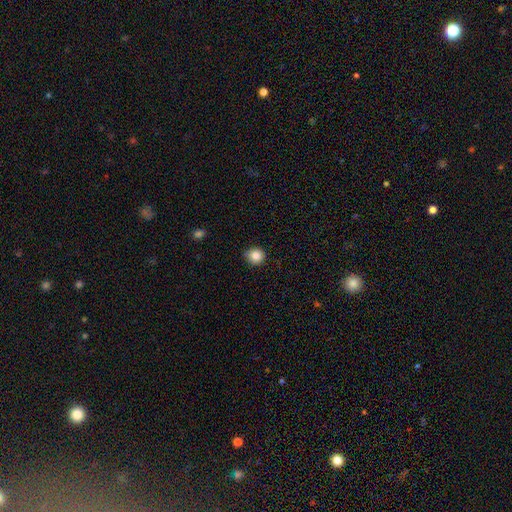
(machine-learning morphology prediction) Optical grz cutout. It shows a smooth galaxy with no disk features (85%) that is round (91%). Merging: none (85%).